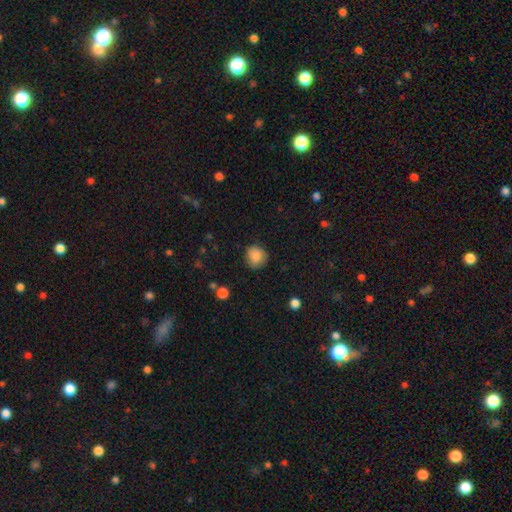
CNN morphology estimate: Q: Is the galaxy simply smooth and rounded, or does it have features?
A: smooth — 86%.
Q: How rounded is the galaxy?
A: round — 86%.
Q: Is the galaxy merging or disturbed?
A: none — 79%.